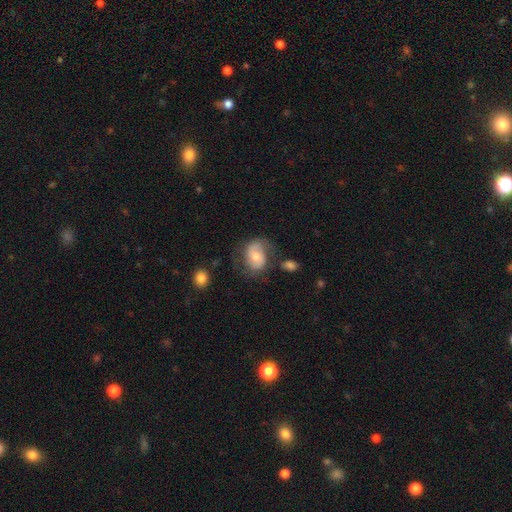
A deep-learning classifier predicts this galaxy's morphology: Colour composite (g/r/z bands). It shows a featured or disk galaxy (61%) with no bar (54%), 2 (77%) medium (45%) spiral arms (85%) and a moderate central bulge (61%). Merging: none (56%).